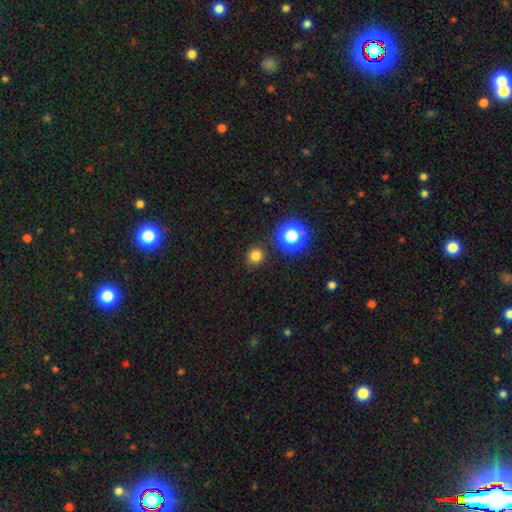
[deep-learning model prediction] smooth-or-featured: smooth: 78% | star or artifact: 18% | featured or disk: 4%
  how-rounded: round: 92% | in between: 7% | cigar-shaped: 1%
  merging: none: 87% | minor disturbance: 7% | major disturbance: 3% | merger: 3%